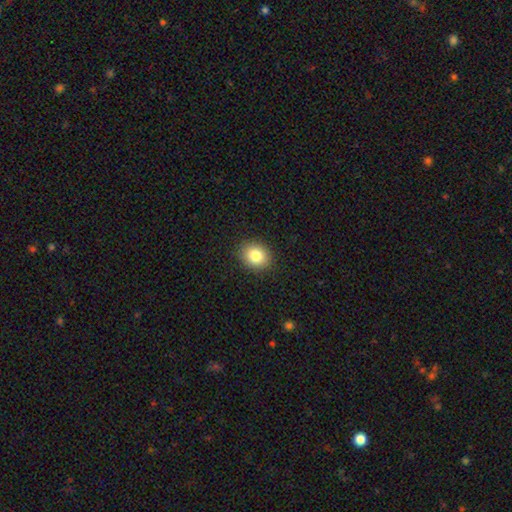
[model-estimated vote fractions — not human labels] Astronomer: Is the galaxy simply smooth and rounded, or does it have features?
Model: smooth — 83%.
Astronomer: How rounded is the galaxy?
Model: round — 55% (runner-up: in between, 45%).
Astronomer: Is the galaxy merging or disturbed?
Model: none — 90%.